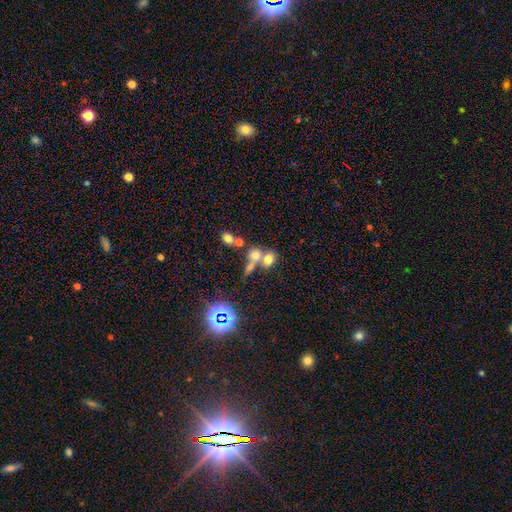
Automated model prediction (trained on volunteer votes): Smooth or featured? Predicted: smooth (p=0.64). How rounded? Predicted: round (p=0.61). Merging? Predicted: merger (p=0.54).